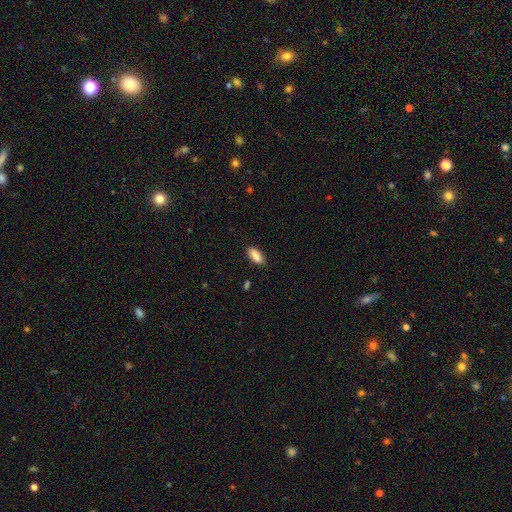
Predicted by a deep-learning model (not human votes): Smooth or featured? smooth (89%)
How rounded? in between (84%)
Merging? none (85%)